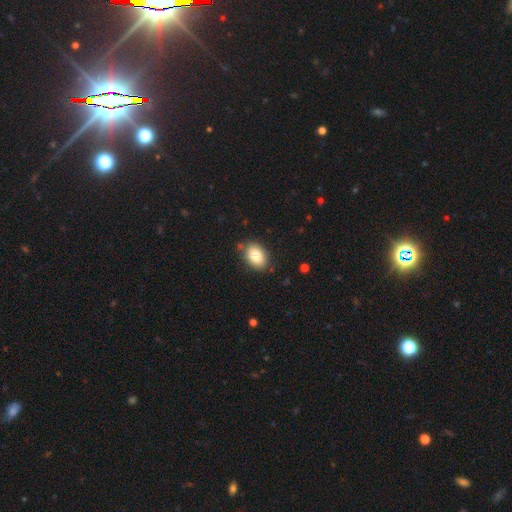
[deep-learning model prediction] smooth_or_featured: smooth (p=0.84) [alt: featured or disk p=0.08]
how_rounded: in between (p=0.80) [alt: round p=0.19]
merging: none (p=0.83) [alt: minor disturbance p=0.12]